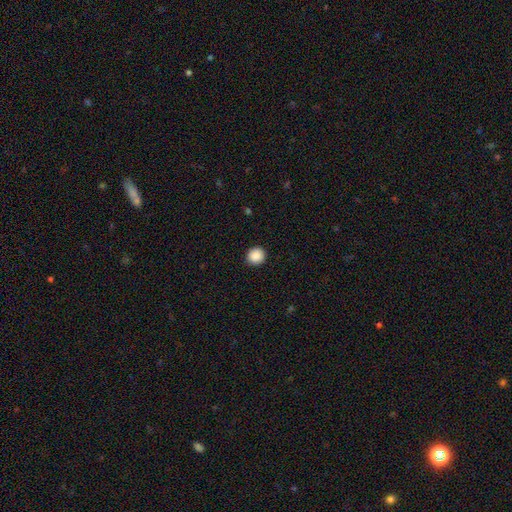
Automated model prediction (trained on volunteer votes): This is clearly a smooth galaxy (89%). How rounded: clearly round (92%). Merging: clearly none (92%).